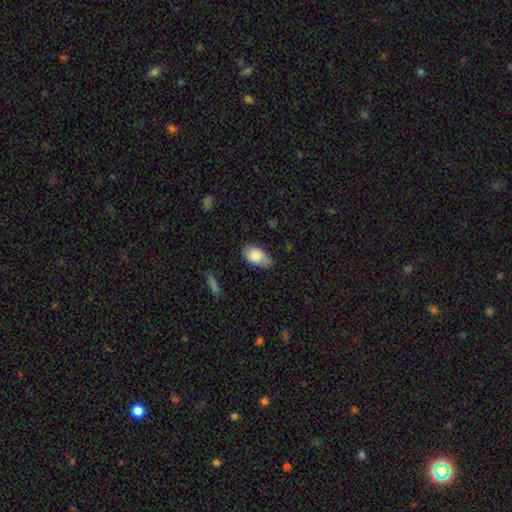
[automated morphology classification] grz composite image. It shows a smooth galaxy with no disk features (84%) that is in between round and cigar-shaped (93%). Merging: none (67%).